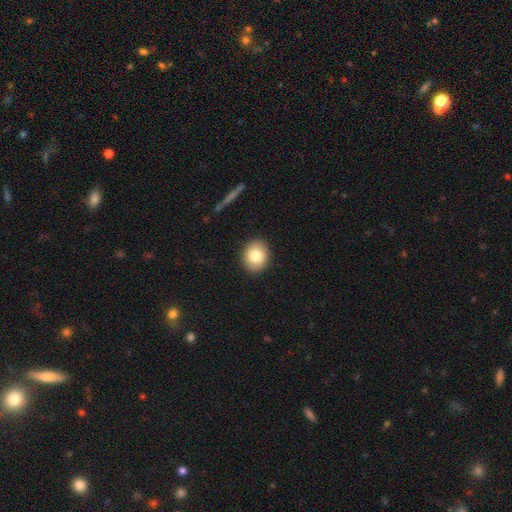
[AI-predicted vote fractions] The model was most divided on "how rounded": round: 67%, in between: 32%, cigar-shaped: 1%. More confident: merging — none (90%); smooth or featured — smooth (81%).